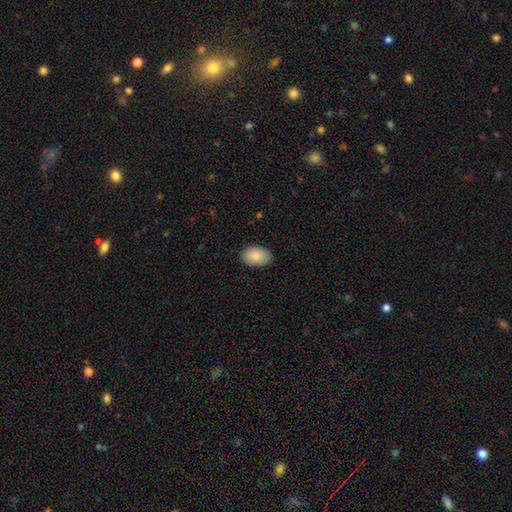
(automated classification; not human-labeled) smooth_or_featured: smooth (p=0.88) [alt: star or artifact p=0.06]
how_rounded: in between (p=0.89) [alt: round p=0.10]
merging: none (p=0.88) [alt: minor disturbance p=0.09]